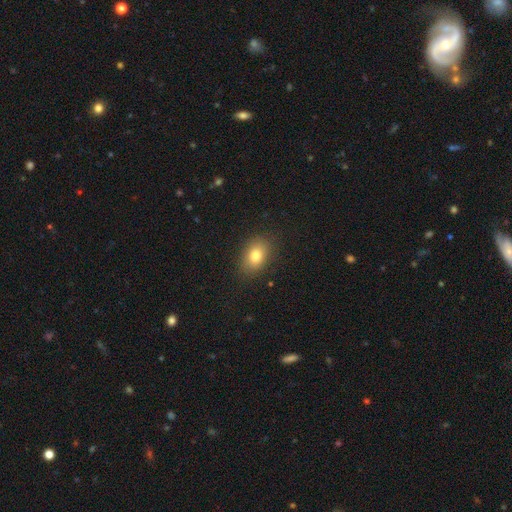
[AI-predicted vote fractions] Q: Smooth or featured?
A: smooth (80%); runner-up: featured or disk (10%)
Q: How rounded?
A: in between (79%); runner-up: round (20%)
Q: Merging?
A: none (86%); runner-up: minor disturbance (10%)